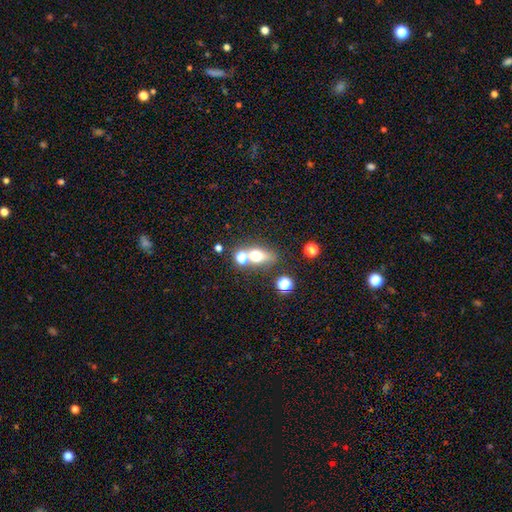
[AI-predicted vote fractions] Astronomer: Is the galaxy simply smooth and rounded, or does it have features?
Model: smooth — 61%.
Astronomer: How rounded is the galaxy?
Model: in between — 54% (runner-up: round, 36%).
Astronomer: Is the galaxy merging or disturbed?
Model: none — 53% (runner-up: merger, 28%).